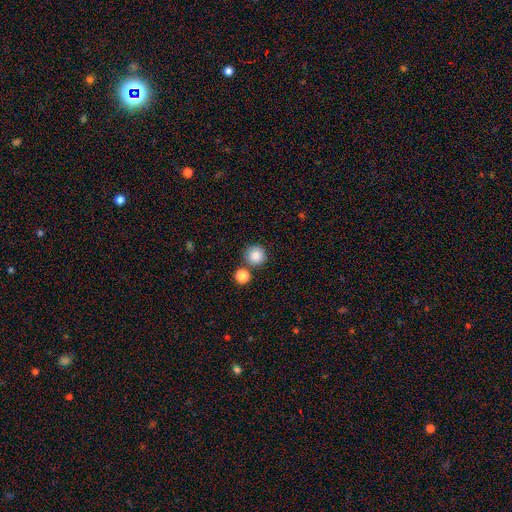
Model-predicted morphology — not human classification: Smooth or featured? Predicted: smooth (p=0.86). How rounded? Predicted: round (p=0.95). Merging? Predicted: none (p=0.79).